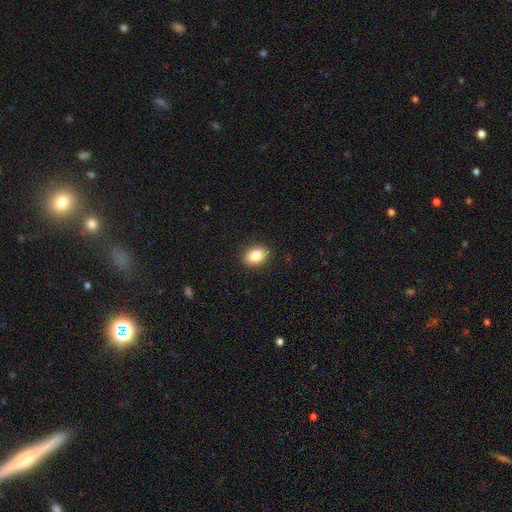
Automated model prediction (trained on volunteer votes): This appears to be a smooth galaxy with no disk features (85%) that is in between round and cigar-shaped (75%). Merging: none (89%).